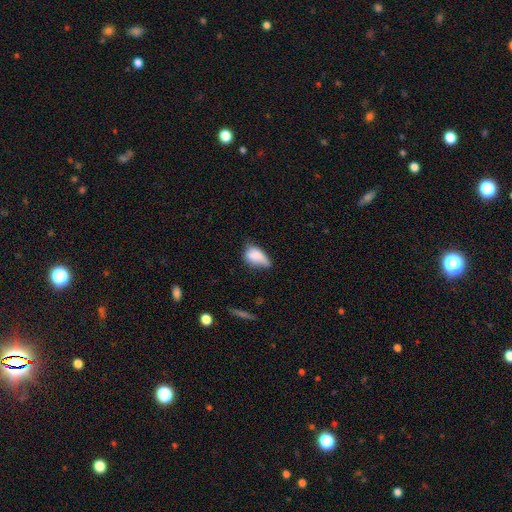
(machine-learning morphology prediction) The model was most divided on "merging": minor disturbance: 42%, none: 30%, major disturbance: 21%, merger: 7%. More confident: how rounded — in between (85%); smooth or featured — smooth (75%).